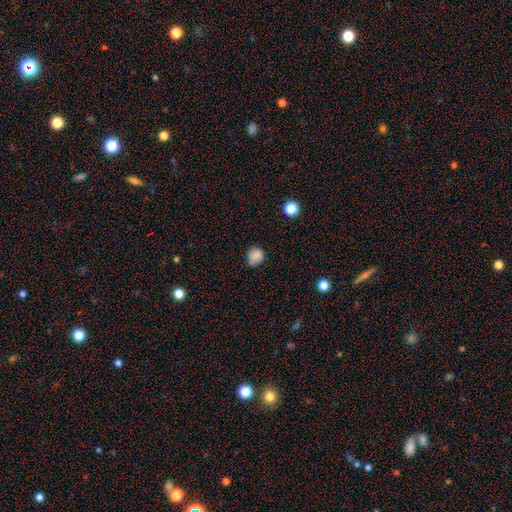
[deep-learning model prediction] Smooth or featured? Predicted: smooth (p=0.84). How rounded? Predicted: round (p=0.79). Merging? Predicted: none (p=0.71).